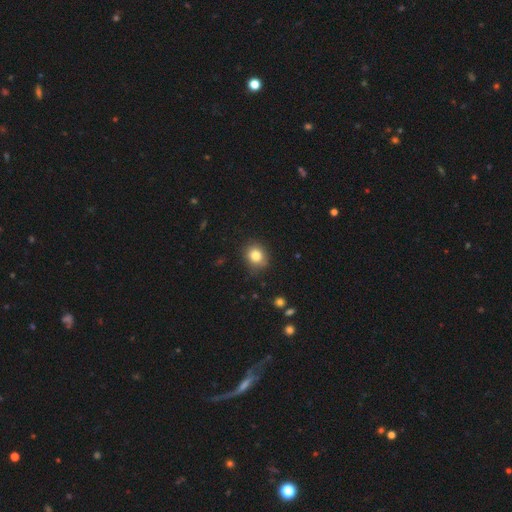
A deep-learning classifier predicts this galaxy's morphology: Q: Smooth or featured?
A: smooth (82%); runner-up: star or artifact (11%)
Q: How rounded?
A: round (70%); runner-up: in between (29%)
Q: Merging?
A: none (84%); runner-up: minor disturbance (12%)